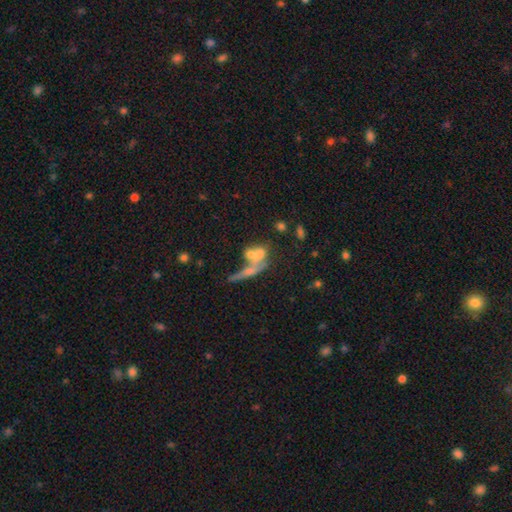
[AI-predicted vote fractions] smooth_or_featured: smooth (p=0.47) [alt: featured or disk p=0.38]
merging: merger (p=0.57) [alt: none p=0.19]